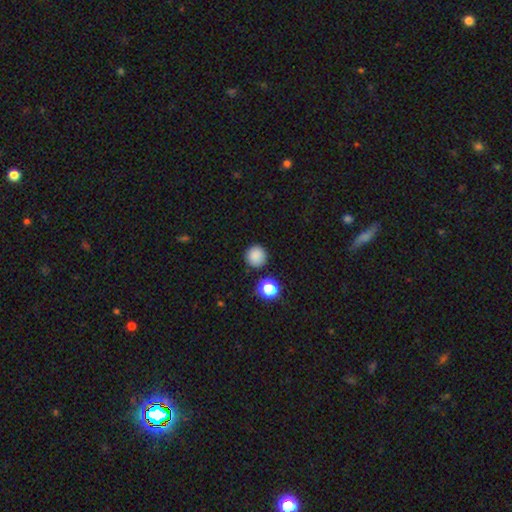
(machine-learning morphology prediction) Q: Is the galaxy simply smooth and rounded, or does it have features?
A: smooth — 85%.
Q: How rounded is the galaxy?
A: round — 94%.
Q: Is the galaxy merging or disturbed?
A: none — 86%.